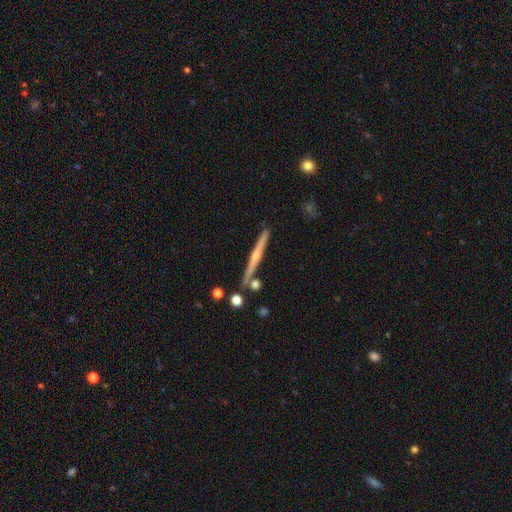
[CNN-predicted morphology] Q: Smooth or featured?
A: featured or disk (65%); runner-up: smooth (23%)
Q: Edge-on disk?
A: yes (92%); runner-up: no (8%)
Q: Edge-on bulge?
A: rounded (57%); runner-up: none (34%)
Q: Merging?
A: none (73%); runner-up: minor disturbance (12%)